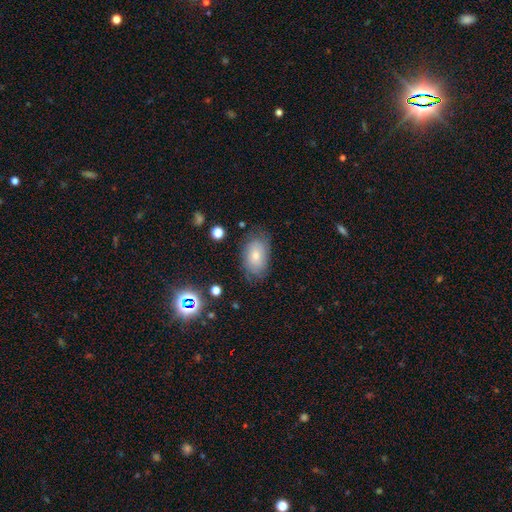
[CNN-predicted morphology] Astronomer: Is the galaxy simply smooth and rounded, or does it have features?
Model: smooth — 66%.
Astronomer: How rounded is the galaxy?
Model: in between — 89%.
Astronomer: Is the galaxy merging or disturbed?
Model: none — 72%.